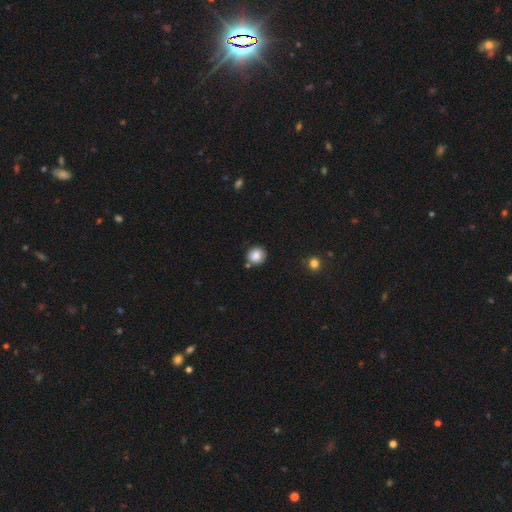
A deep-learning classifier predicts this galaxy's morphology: Smooth or featured?
  - smooth: 85% *
  - star or artifact: 9%
  - featured or disk: 5%
How rounded?
  - round: 91% *
  - in between: 8%
  - cigar-shaped: 1%
Merging?
  - none: 81% *
  - minor disturbance: 10%
  - merger: 7%
  - major disturbance: 2%